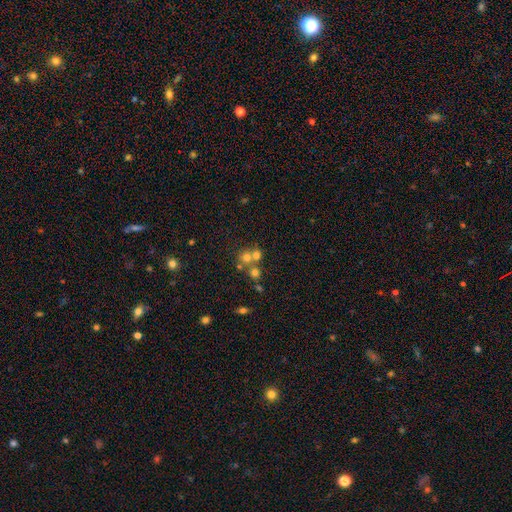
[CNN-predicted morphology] smooth 61%, star or artifact 20%, featured or disk 19%. Down the decision tree: how rounded — round (85%); merging — merger (47%).